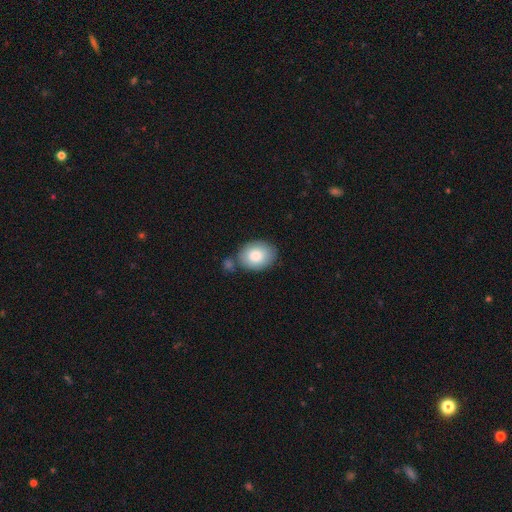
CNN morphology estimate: A smooth galaxy with no disk features (82%) that is in between round and cigar-shaped (67%). Merging: none (68%).